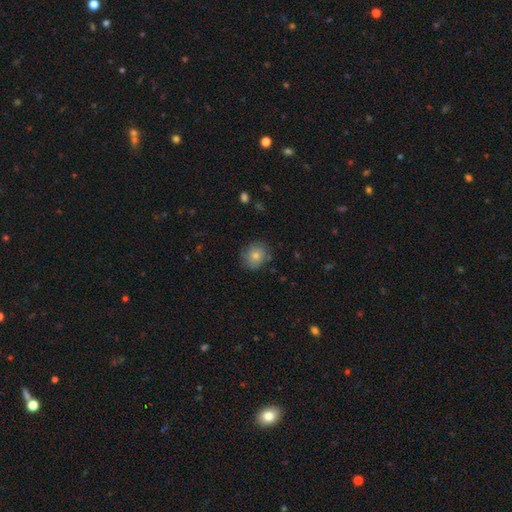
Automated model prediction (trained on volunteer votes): Smooth or featured? smooth (76%)
How rounded? round (77%)
Merging? none (77%)